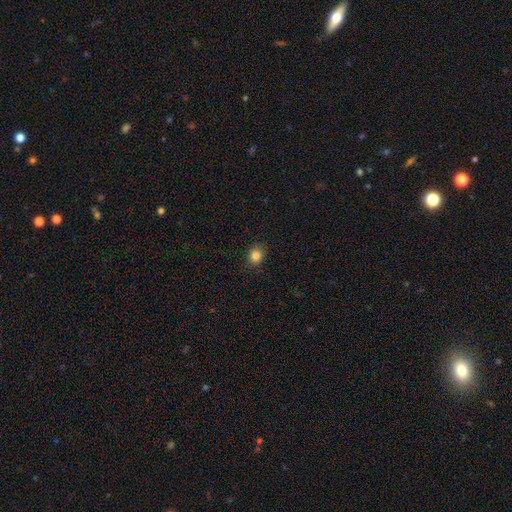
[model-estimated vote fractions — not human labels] smooth-or-featured: smooth: 84% | star or artifact: 11% | featured or disk: 5%
  how-rounded: round: 60% | in between: 39% | cigar-shaped: 1%
  merging: none: 88% | minor disturbance: 9% | major disturbance: 2% | merger: 1%